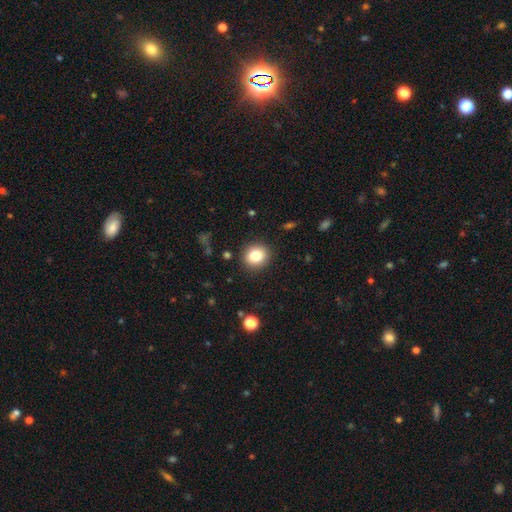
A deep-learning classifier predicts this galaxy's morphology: smooth-or-featured: smooth: 82% | star or artifact: 10% | featured or disk: 8%
  how-rounded: round: 82% | in between: 17% | cigar-shaped: 1%
  merging: none: 90% | minor disturbance: 7% | major disturbance: 2% | merger: 1%